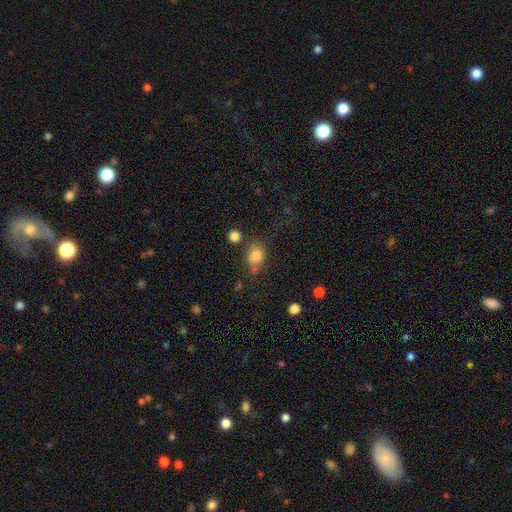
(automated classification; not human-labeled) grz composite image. It shows a smooth galaxy with no disk features (83%) that is in between round and cigar-shaped (55%). Merging: none (58%).